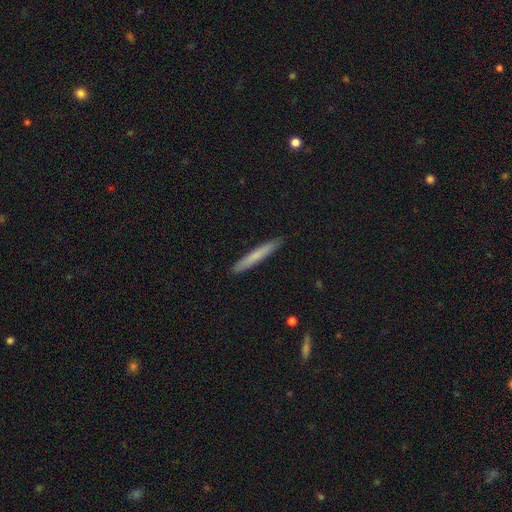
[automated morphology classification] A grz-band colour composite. It shows a smooth galaxy with no disk features (70%) that is cigar-shaped (97%). Merging: none (92%).